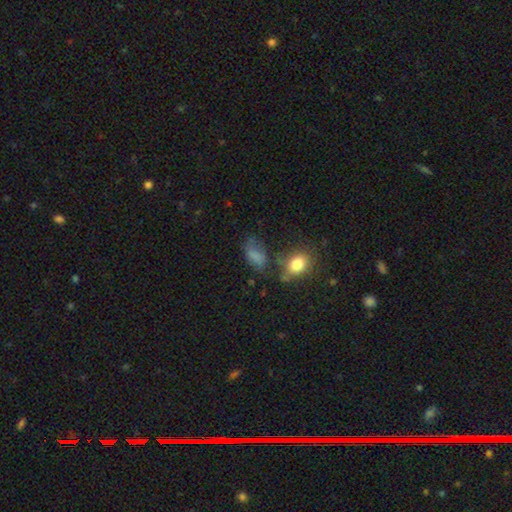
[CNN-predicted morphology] Q: Smooth or featured?
A: smooth (74%); runner-up: star or artifact (14%)
Q: How rounded?
A: in between (86%); runner-up: round (11%)
Q: Merging?
A: none (44%); runner-up: minor disturbance (28%)